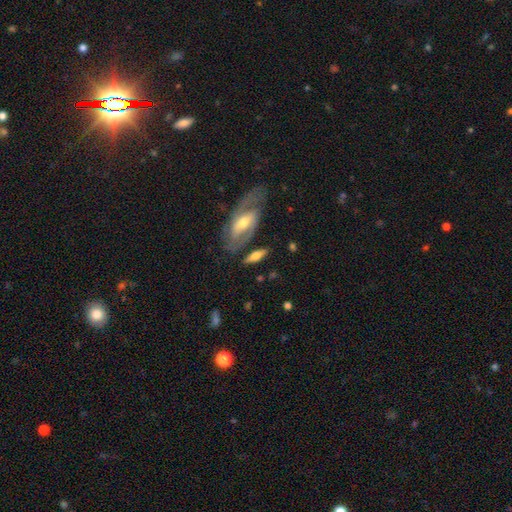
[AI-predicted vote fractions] A smooth galaxy with no disk features (54%) that is in between round and cigar-shaped (60%).

Vote fractions:
- Smooth or featured? smooth: 54% / featured or disk: 40% / star or artifact: 7%
- How rounded? in between: 60% / cigar-shaped: 36% / round: 5%
- Merging? none: 67% / minor disturbance: 16% / merger: 10% / major disturbance: 6%